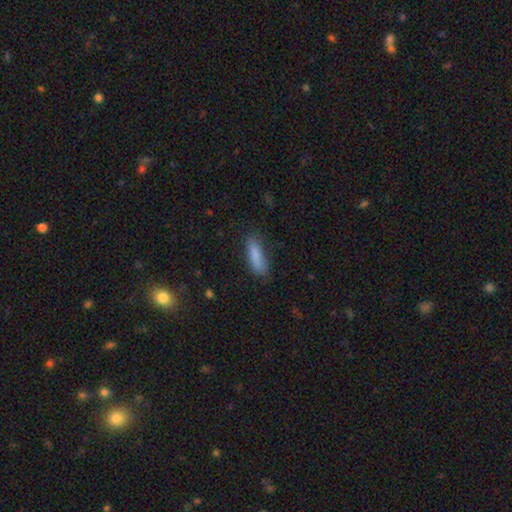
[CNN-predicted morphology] Smooth or featured: smooth — 85% (featured or disk — 8%)
How rounded: cigar-shaped — 55% (in between — 43%)
Merging: none — 74% (minor disturbance — 19%)